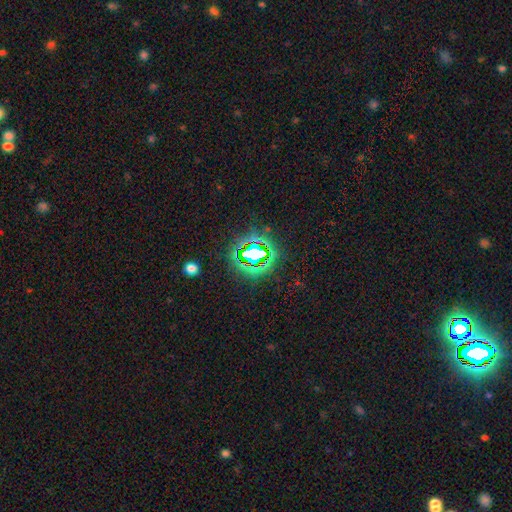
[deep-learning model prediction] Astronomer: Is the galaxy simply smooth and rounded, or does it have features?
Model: star or artifact — 72%.